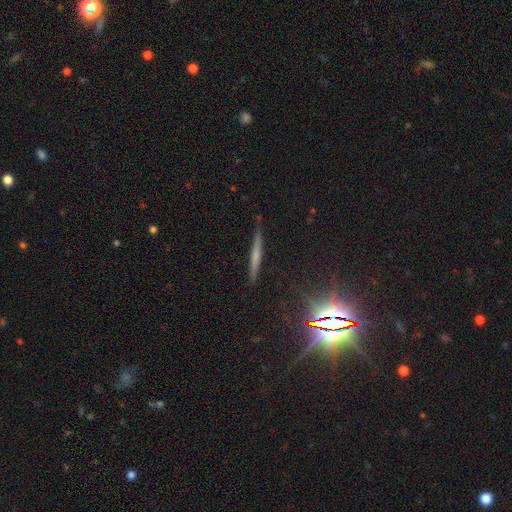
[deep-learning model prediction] smooth_or_featured: featured or disk (p=0.45) [alt: smooth p=0.40]
merging: none (p=0.87) [alt: minor disturbance p=0.09]